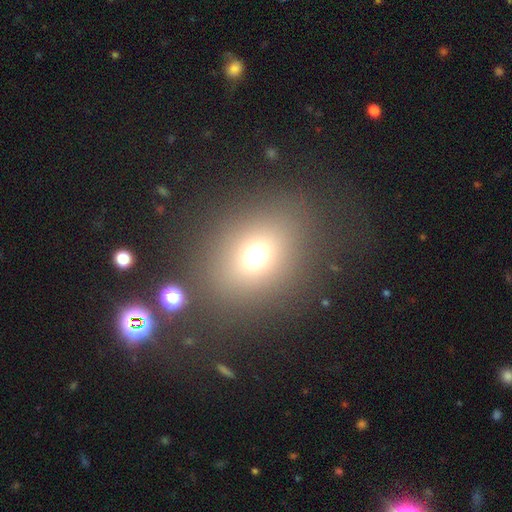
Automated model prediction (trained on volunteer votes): This appears to be a smooth galaxy with no disk features (68%) that is round (55%). Merging: none (81%).